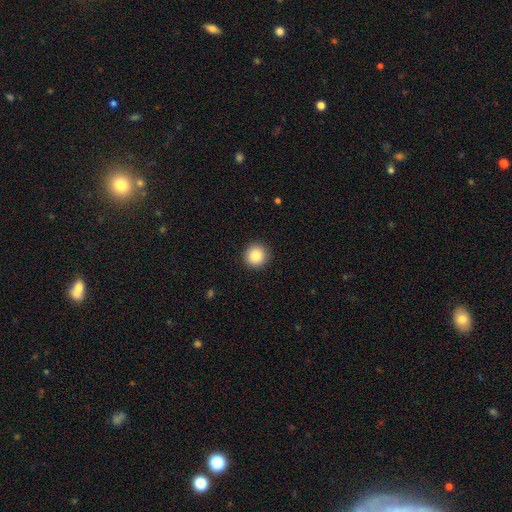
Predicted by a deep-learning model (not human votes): Smooth or featured?
  - smooth: 87% *
  - star or artifact: 9%
  - featured or disk: 4%
How rounded?
  - round: 95% *
  - in between: 4%
  - cigar-shaped: 1%
Merging?
  - none: 92% *
  - minor disturbance: 5%
  - major disturbance: 2%
  - merger: 1%